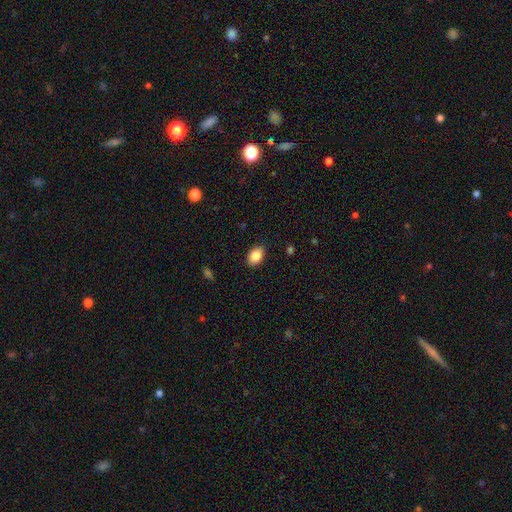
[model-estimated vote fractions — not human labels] smooth_or_featured: smooth (p=0.87) [alt: star or artifact p=0.08]
how_rounded: in between (p=0.81) [alt: round p=0.18]
merging: none (p=0.87) [alt: minor disturbance p=0.09]